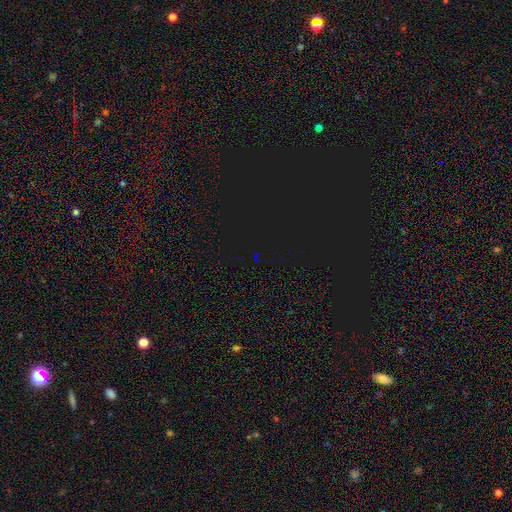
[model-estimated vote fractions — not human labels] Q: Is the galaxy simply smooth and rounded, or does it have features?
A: star or artifact — 81%.